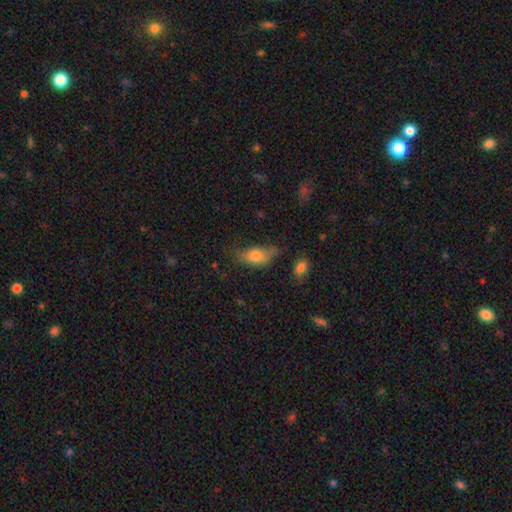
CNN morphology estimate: Overall: smooth (74%). How rounded: in between (83%). Merging: none (49%; minor disturbance 33%).